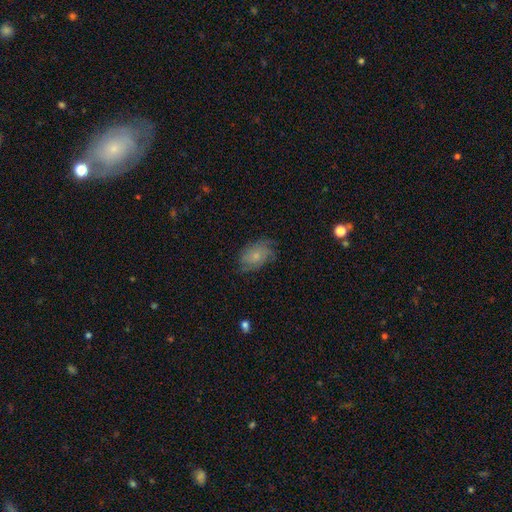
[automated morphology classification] Smooth or featured: featured or disk — 46% (smooth — 45%)
Merging: none — 64% (minor disturbance — 24%)